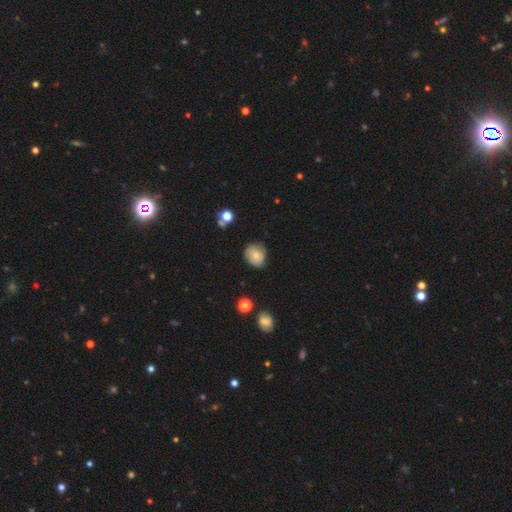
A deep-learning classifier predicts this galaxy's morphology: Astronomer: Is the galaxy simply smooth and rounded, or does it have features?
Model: smooth — 74%.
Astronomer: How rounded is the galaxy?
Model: round — 74%.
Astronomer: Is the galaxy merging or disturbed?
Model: none — 67%.